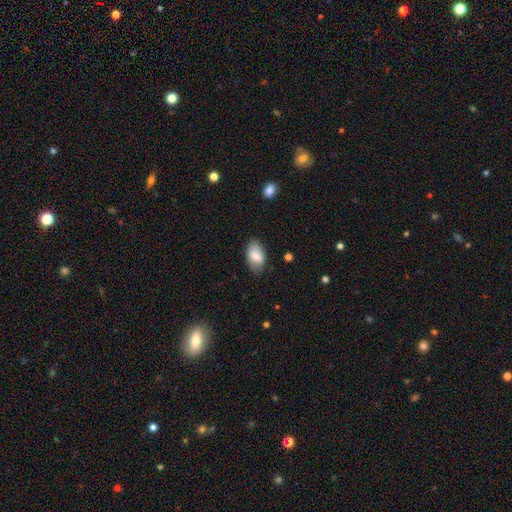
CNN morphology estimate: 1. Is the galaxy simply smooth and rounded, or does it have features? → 78% smooth, 15% featured or disk, 7% star or artifact.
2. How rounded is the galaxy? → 93% in between, 4% round, 2% cigar-shaped.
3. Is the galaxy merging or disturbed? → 77% none, 18% minor disturbance, 4% major disturbance, 1% merger.